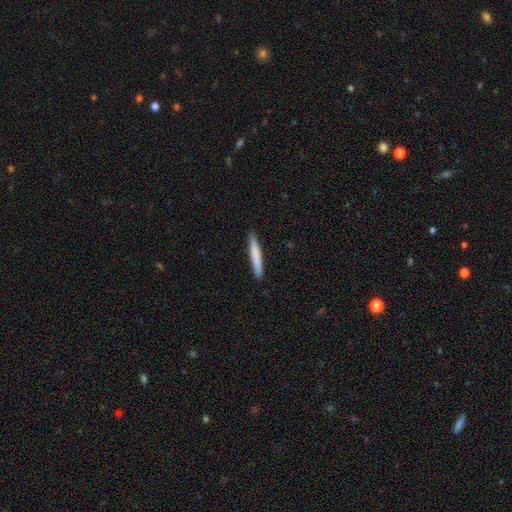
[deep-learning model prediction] This is likely a smooth galaxy (74%). How rounded: clearly cigar-shaped (96%). Merging: clearly none (91%).